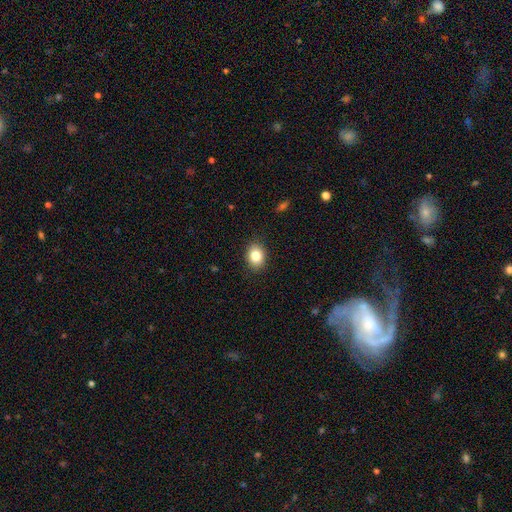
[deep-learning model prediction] Smooth or featured? smooth (83%)
How rounded? in between (56%)
Merging? none (88%)